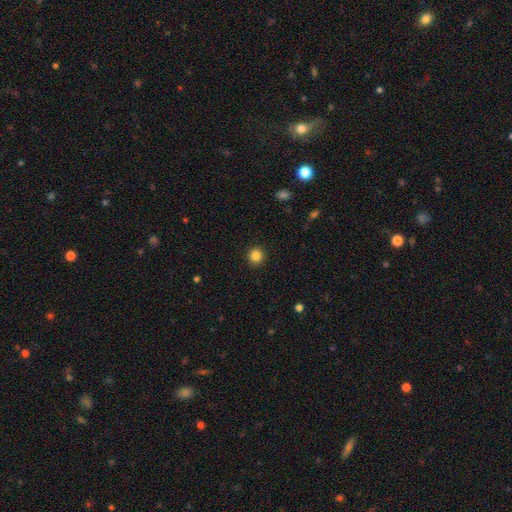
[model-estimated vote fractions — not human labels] Overall: smooth (84%). How rounded: round (92%). Merging: none (93%).